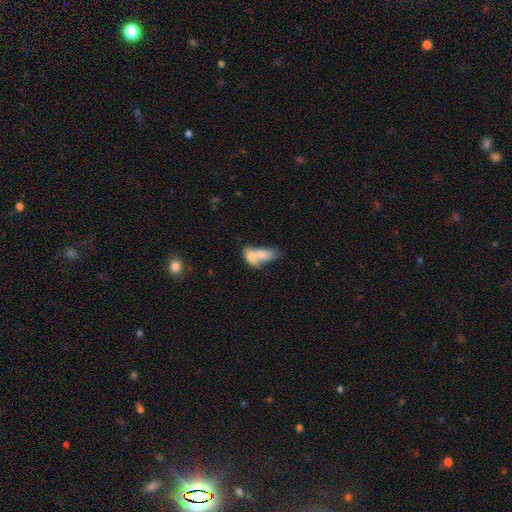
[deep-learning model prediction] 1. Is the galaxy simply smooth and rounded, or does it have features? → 74% smooth, 19% featured or disk, 7% star or artifact.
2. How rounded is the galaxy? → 84% in between, 11% round, 5% cigar-shaped.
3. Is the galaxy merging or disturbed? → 75% merger, 14% none, 7% minor disturbance, 5% major disturbance.